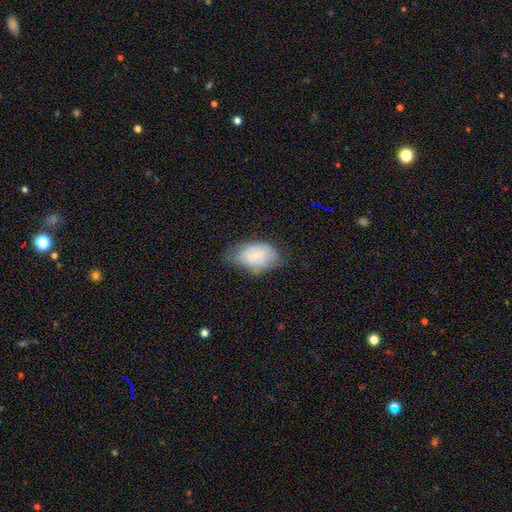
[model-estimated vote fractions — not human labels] Q: Smooth or featured?
A: smooth (53%); runner-up: featured or disk (39%)
Q: How rounded?
A: in between (88%); runner-up: round (11%)
Q: Merging?
A: none (54%); runner-up: minor disturbance (33%)